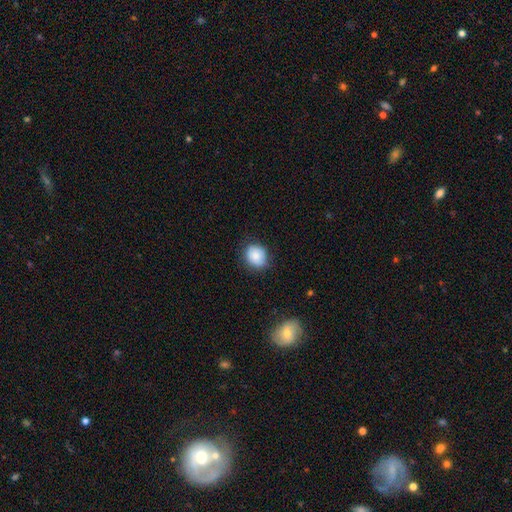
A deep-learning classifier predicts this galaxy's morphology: This appears to be a smooth galaxy with no disk features (83%) that is round (68%). Merging: none (77%).